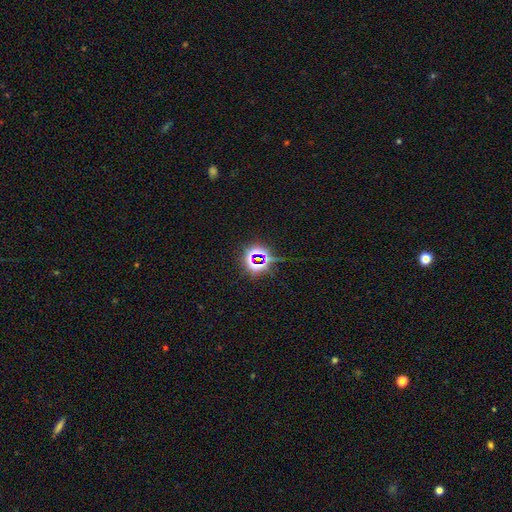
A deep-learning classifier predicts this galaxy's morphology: A star or artifact, not a galaxy (75%).